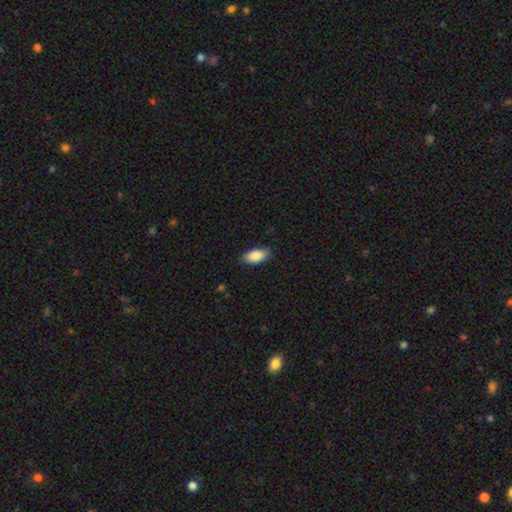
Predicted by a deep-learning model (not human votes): The model was most divided on "merging": none: 85%, minor disturbance: 12%, major disturbance: 2%, merger: 1%. More confident: how rounded — in between (90%); smooth or featured — smooth (88%).